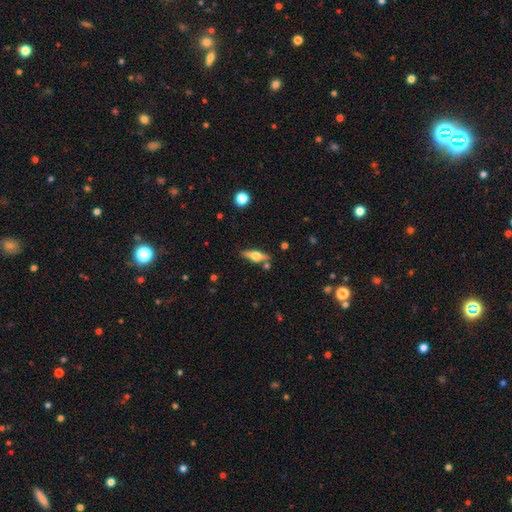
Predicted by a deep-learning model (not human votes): smooth-or-featured: featured or disk: 54% | smooth: 40% | star or artifact: 7%
  disk-edge-on: yes: 92% | no: 8%
  merging: none: 77% | minor disturbance: 12% | merger: 7% | major disturbance: 3%